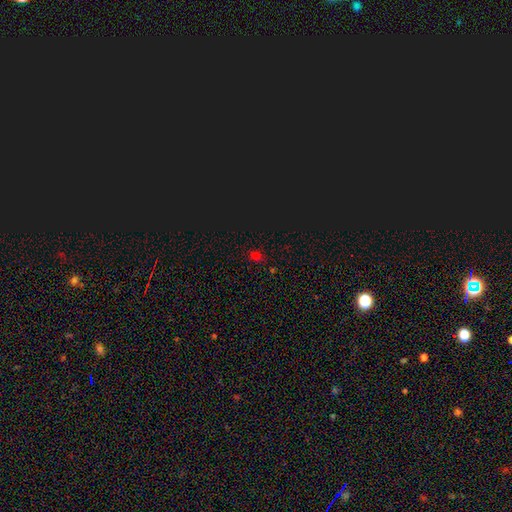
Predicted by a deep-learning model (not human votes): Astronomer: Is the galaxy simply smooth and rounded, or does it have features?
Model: smooth — 48% (runner-up: star or artifact, 46%).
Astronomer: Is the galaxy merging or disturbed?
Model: none — 76%.